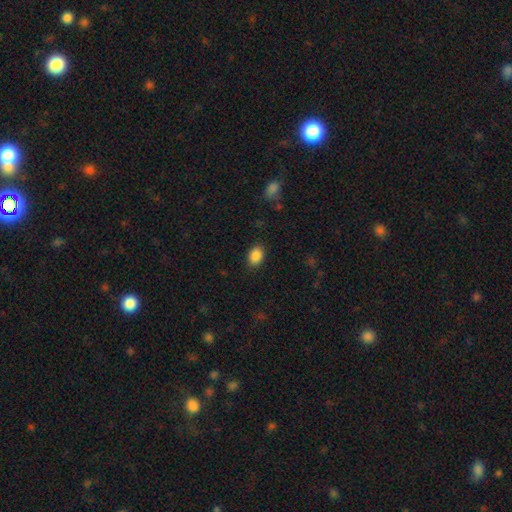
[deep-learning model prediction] This appears to be a smooth galaxy with no disk features (88%) that is in between round and cigar-shaped (76%). Merging: none (87%).